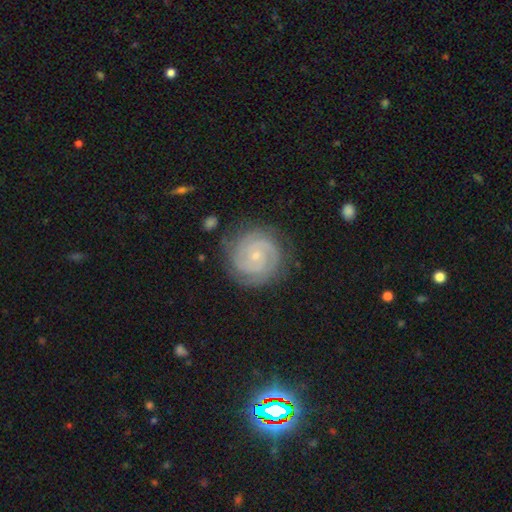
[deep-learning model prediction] A featured or disk galaxy (89%) with no bar (71%), 2 (66%) tight (79%) spiral arms (98%) and a small central bulge (80%). Merging: none (83%).